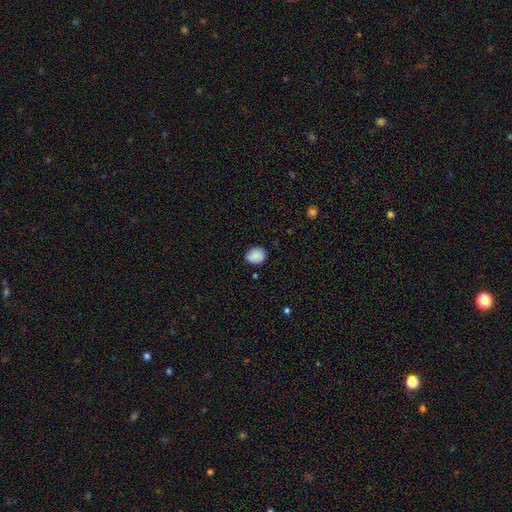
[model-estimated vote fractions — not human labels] This appears to be a smooth galaxy with no disk features (87%) that is round (57%). Merging: none (81%).